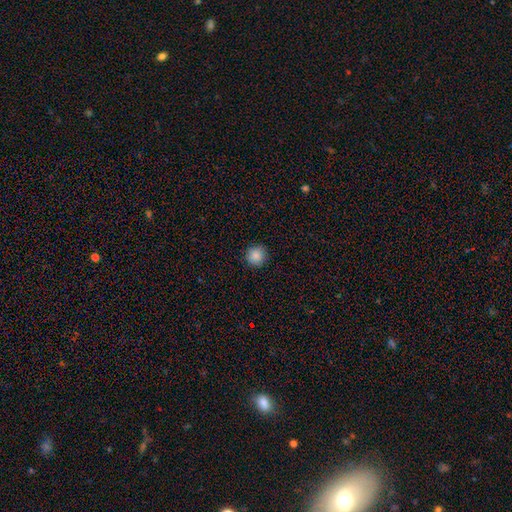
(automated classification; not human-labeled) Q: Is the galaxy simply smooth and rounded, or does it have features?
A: smooth — 87%.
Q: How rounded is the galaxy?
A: round — 95%.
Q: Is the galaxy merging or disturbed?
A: none — 91%.